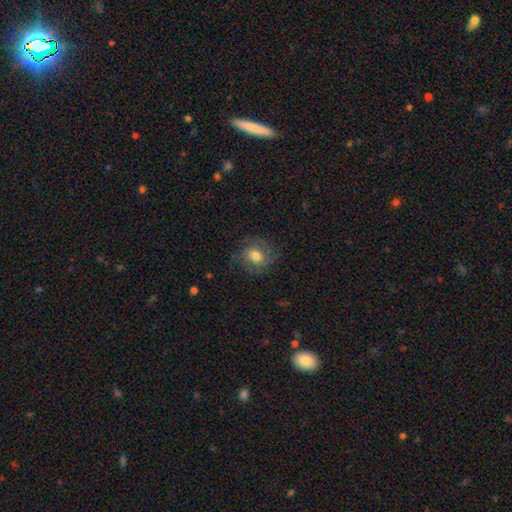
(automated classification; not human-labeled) Q: Smooth or featured?
A: smooth (47%); runner-up: featured or disk (42%)
Q: Merging?
A: none (73%); runner-up: minor disturbance (17%)